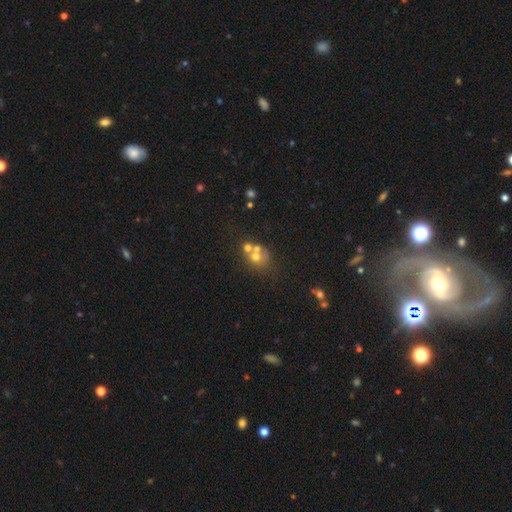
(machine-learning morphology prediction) This is possibly a smooth galaxy (53%). How rounded: likely round (74%). Merging: possibly merger (50%).